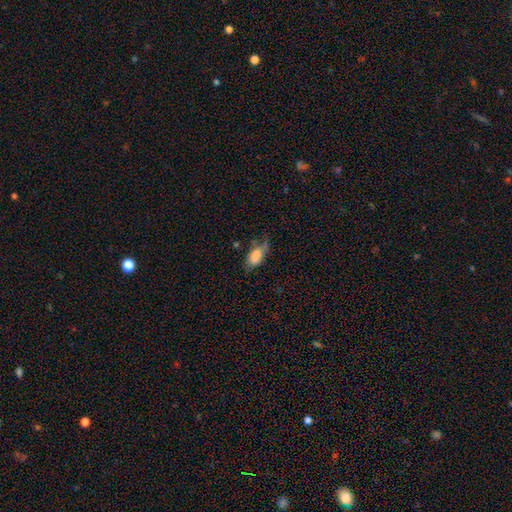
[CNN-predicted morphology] A smooth galaxy with no disk features (74%) that is in between round and cigar-shaped (89%). Merging: none (41%).